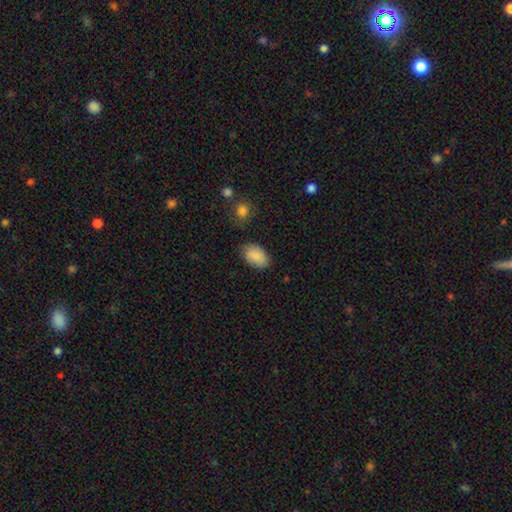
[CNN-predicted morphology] smooth_or_featured: smooth (p=0.88) [alt: star or artifact p=0.07]
how_rounded: in between (p=0.91) [alt: round p=0.08]
merging: none (p=0.76) [alt: minor disturbance p=0.18]